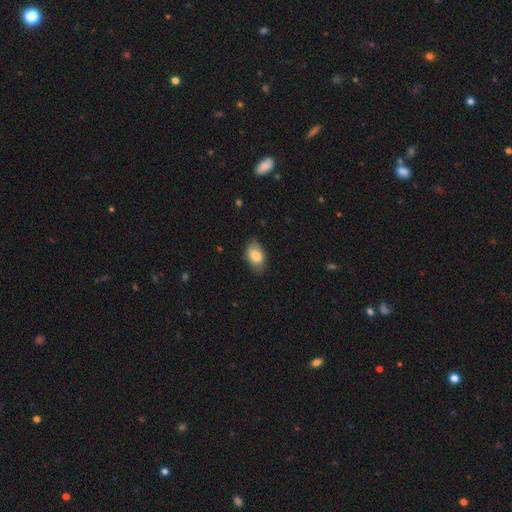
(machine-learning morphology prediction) A smooth galaxy with no disk features (80%) that is in between round and cigar-shaped (88%).

Vote fractions:
- Smooth or featured? smooth: 80% / featured or disk: 12% / star or artifact: 7%
- How rounded? in between: 88% / round: 10% / cigar-shaped: 1%
- Merging? none: 76% / minor disturbance: 20% / major disturbance: 3% / merger: 1%